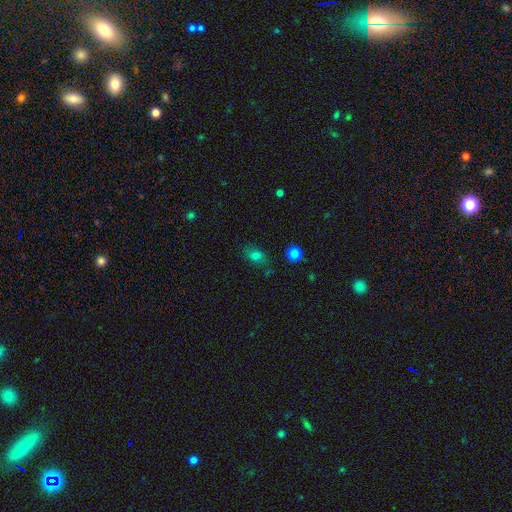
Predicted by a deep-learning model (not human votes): smooth 75%, star or artifact 15%, featured or disk 10%. Down the decision tree: how rounded — in between (65%); merging — none (74%).